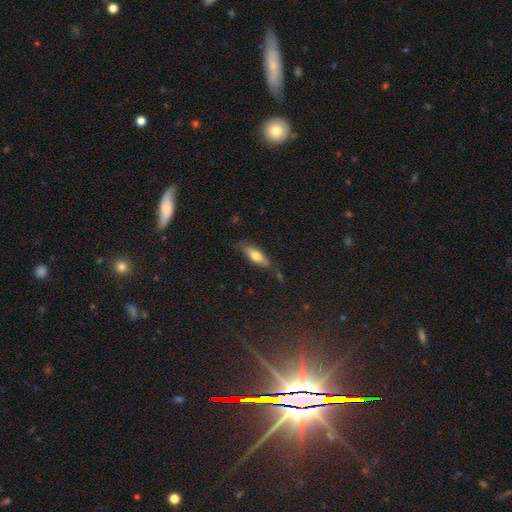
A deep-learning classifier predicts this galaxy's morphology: type=smooth (68%); roundness=in between (58%); merging=none (68%).